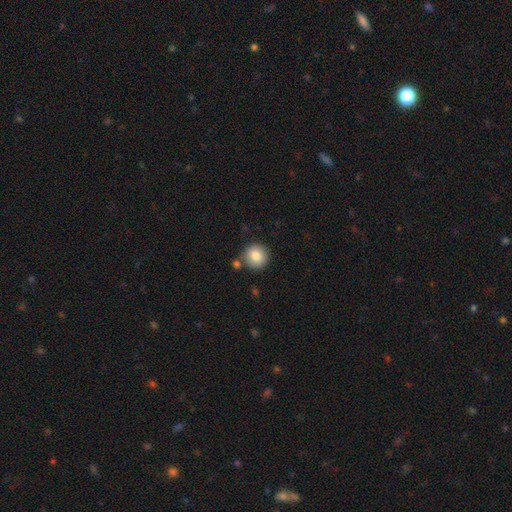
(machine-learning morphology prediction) A smooth galaxy with no disk features (83%) that is round (93%).

Vote fractions:
- Smooth or featured? smooth: 83% / star or artifact: 9% / featured or disk: 8%
- How rounded? round: 93% / in between: 7% / cigar-shaped: 1%
- Merging? none: 77% / minor disturbance: 10% / merger: 10% / major disturbance: 3%